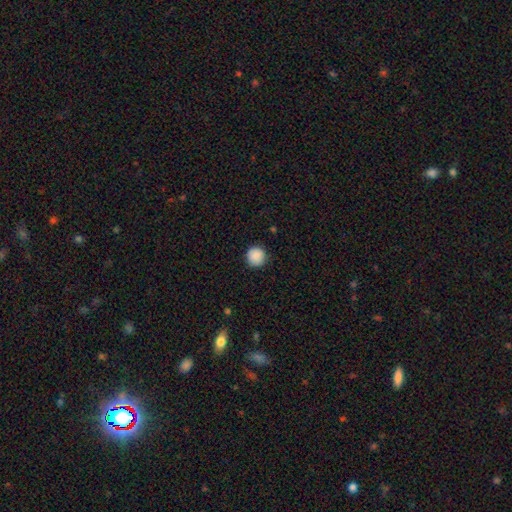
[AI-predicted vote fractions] smooth-or-featured: smooth: 88% | star or artifact: 8% | featured or disk: 4%
  how-rounded: round: 95% | in between: 5% | cigar-shaped: 1%
  merging: none: 90% | minor disturbance: 8% | major disturbance: 2% | merger: 1%